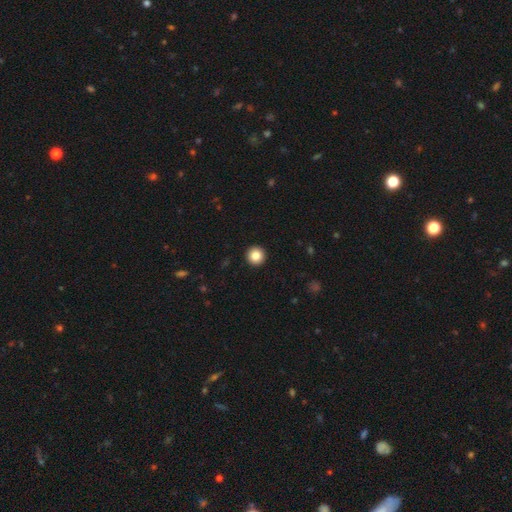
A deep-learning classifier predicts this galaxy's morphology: Overall: smooth (85%). How rounded: round (96%). Merging: none (94%).